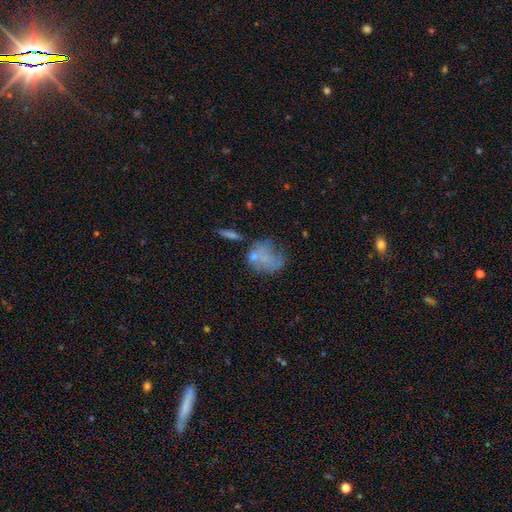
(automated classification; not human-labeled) Smooth or featured? smooth (36%)
Merging? none (56%)